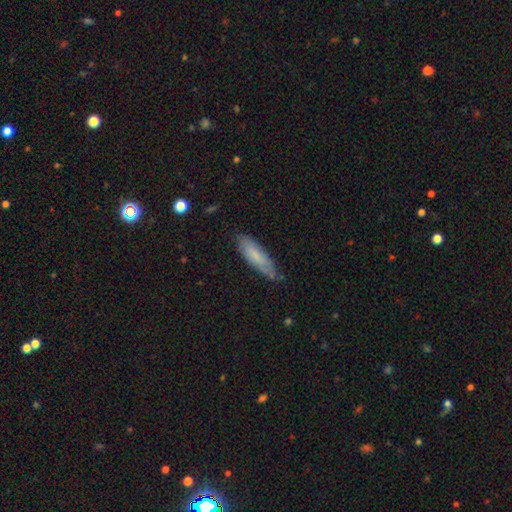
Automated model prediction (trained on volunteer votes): Smooth or featured: smooth — 75% (featured or disk — 19%)
How rounded: cigar-shaped — 59% (in between — 40%)
Merging: none — 71% (minor disturbance — 23%)